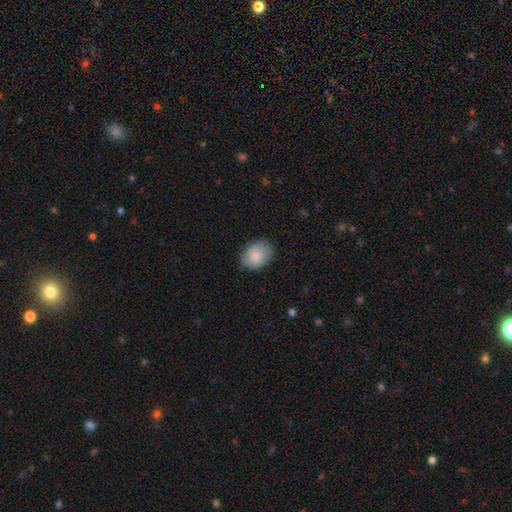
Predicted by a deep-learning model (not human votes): A smooth galaxy with no disk features (82%) that is in between round and cigar-shaped (69%). Merging: none (77%).